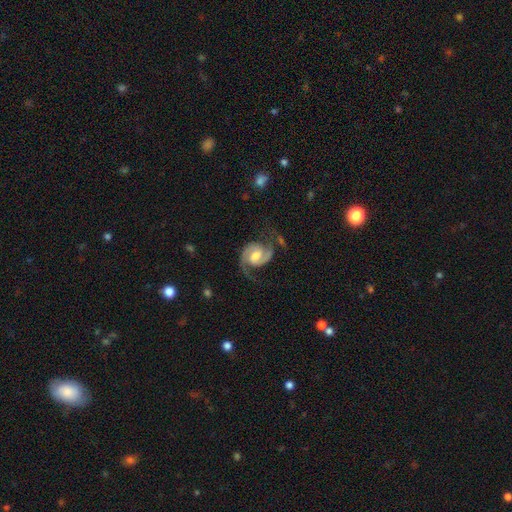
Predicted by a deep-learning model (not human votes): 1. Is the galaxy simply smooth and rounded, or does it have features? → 91% featured or disk, 4% smooth, 4% star or artifact.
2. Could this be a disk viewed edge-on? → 98% no, 2% yes.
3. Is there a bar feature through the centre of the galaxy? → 46% weak, 42% no, 13% strong.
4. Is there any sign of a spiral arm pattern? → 98% yes, 2% no.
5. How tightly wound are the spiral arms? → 56% medium, 25% tight, 19% loose.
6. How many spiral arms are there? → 93% 2, 2% 1, 2% can't tell, 1% 3, 1% 4, 1% more than 4.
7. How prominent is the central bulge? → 67% moderate, 18% small, 11% large, 3% none, 1% dominant.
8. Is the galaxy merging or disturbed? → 71% none, 17% minor disturbance, 9% major disturbance, 2% merger.